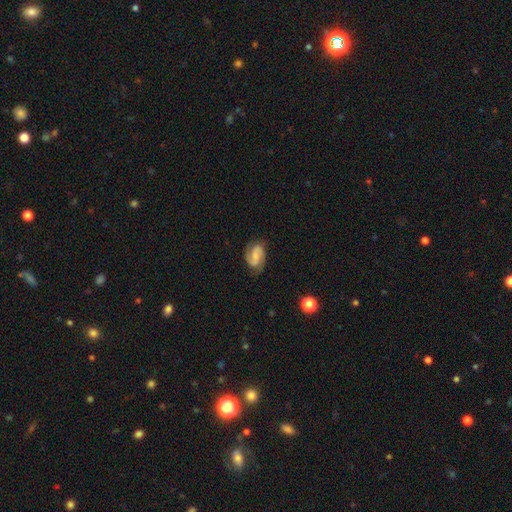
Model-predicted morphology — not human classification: A featured or disk galaxy (75%) with a weak bar (45%), 2 (88%) medium (48%) spiral arms (95%) and a small central bulge (50%). Merging: none (76%).